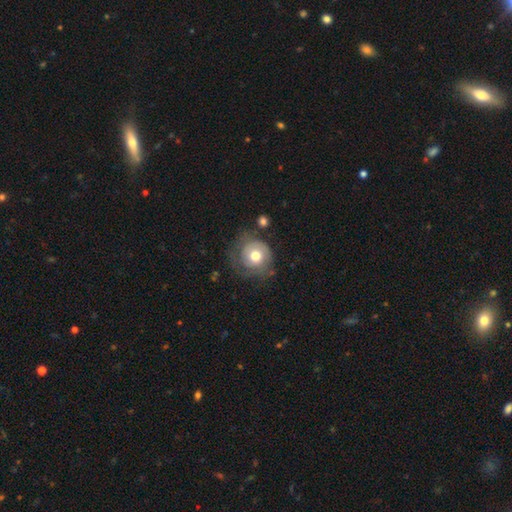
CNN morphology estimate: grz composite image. It shows a smooth galaxy with no disk features (56%) that is round (85%). Merging: none (54%).